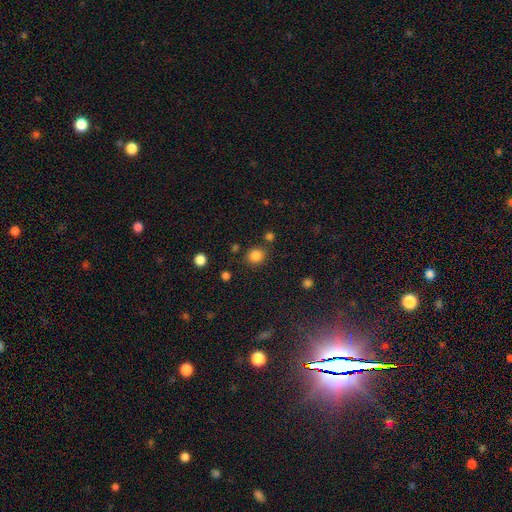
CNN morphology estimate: A smooth galaxy with no disk features (84%) that is round (83%). Merging: none (82%).